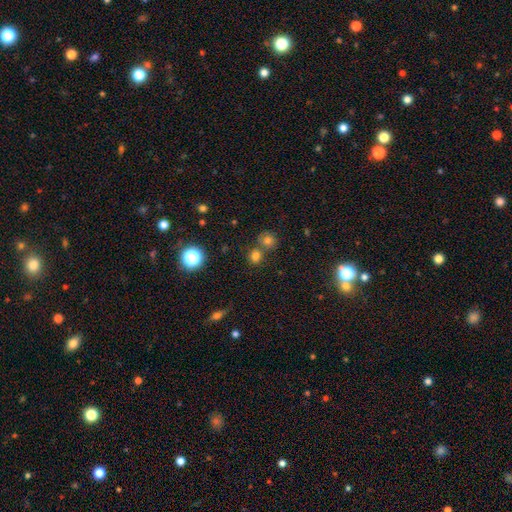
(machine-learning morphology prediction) Smooth or featured?
  - smooth: 72% *
  - star or artifact: 21%
  - featured or disk: 7%
How rounded?
  - round: 76% *
  - in between: 23%
  - cigar-shaped: 1%
Merging?
  - none: 63% *
  - merger: 26%
  - minor disturbance: 8%
  - major disturbance: 3%